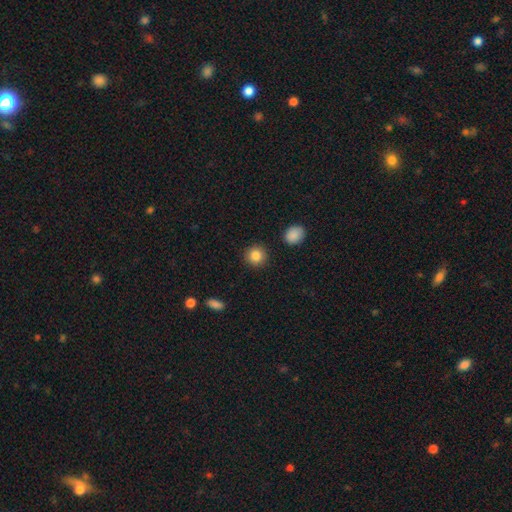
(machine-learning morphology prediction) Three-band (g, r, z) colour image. It shows a smooth galaxy with no disk features (85%) that is round (93%). Merging: none (91%).